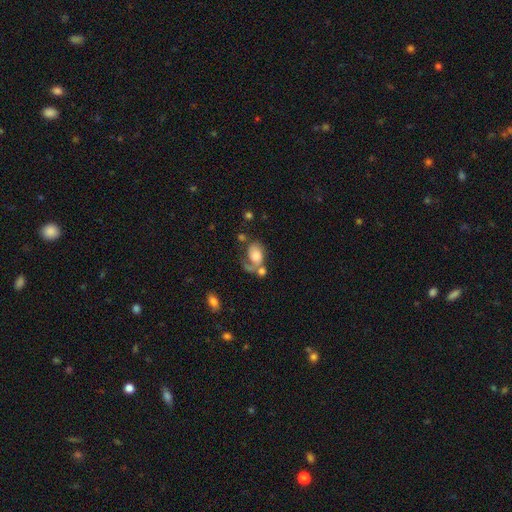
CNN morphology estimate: A smooth galaxy with no disk features (46%).

Vote fractions:
- Smooth or featured? smooth: 46% / featured or disk: 45% / star or artifact: 9%
- Merging? none: 28% (tied) / merger: 28% (tied) / major disturbance: 28% (tied) / minor disturbance: 15%